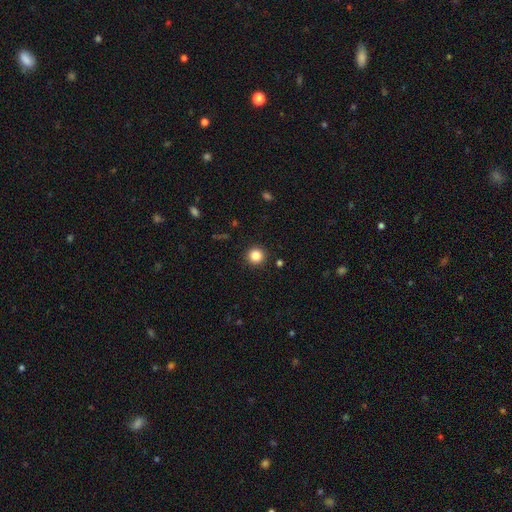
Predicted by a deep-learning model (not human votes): A smooth galaxy with no disk features (84%) that is round (95%). Merging: none (92%).